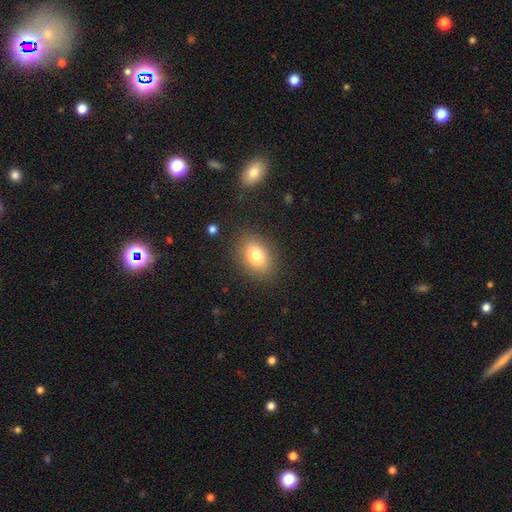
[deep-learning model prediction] Overall: smooth (80%). How rounded: in between (80%). Merging: none (85%).